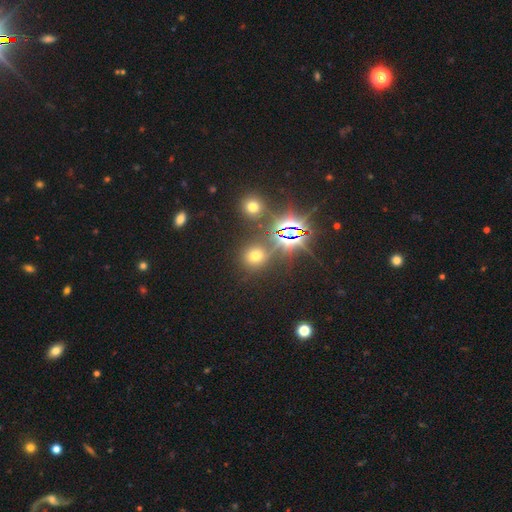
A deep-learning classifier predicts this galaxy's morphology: Smooth or featured?
  - smooth: 52% *
  - star or artifact: 39%
  - featured or disk: 9%
How rounded?
  - round: 82% *
  - in between: 17%
  - cigar-shaped: 2%
Merging?
  - none: 77% *
  - minor disturbance: 10%
  - merger: 8%
  - major disturbance: 5%